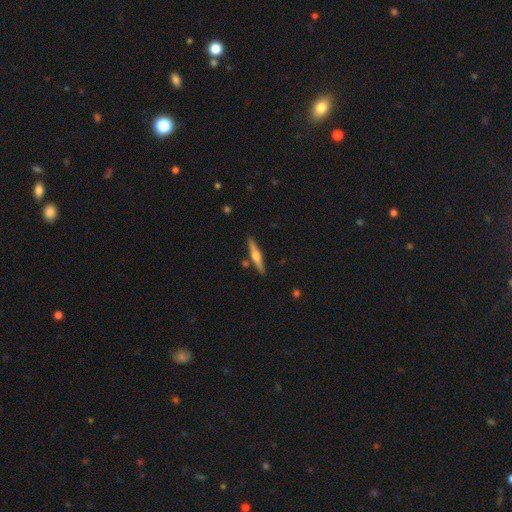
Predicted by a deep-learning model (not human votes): Smooth or featured?
  - featured or disk: 64% *
  - smooth: 31%
  - star or artifact: 6%
Edge-on disk?
  - yes: 97% *
  - no: 3%
Edge-on bulge?
  - rounded: 91% *
  - boxy: 5%
  - none: 4%
Merging?
  - none: 85% *
  - minor disturbance: 9%
  - merger: 4%
  - major disturbance: 2%